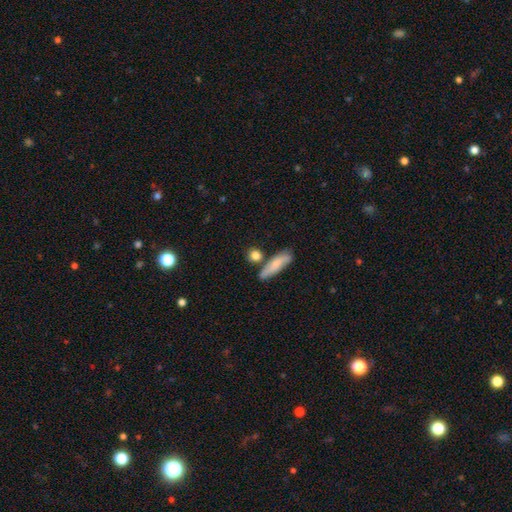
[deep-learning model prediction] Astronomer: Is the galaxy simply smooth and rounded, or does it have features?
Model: smooth — 81%.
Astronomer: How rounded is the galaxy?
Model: round — 65%.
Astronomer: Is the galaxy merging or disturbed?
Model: none — 69%.